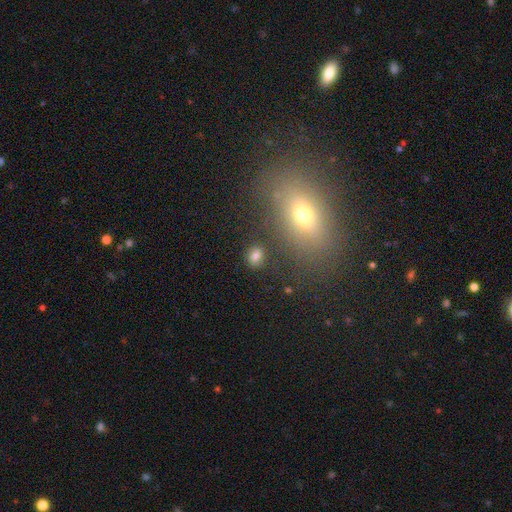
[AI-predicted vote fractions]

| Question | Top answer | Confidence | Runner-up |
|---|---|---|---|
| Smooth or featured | smooth | 80% | star or artifact (13%) |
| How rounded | in between | 57% | round (41%) |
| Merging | none | 81% | minor disturbance (10%) |